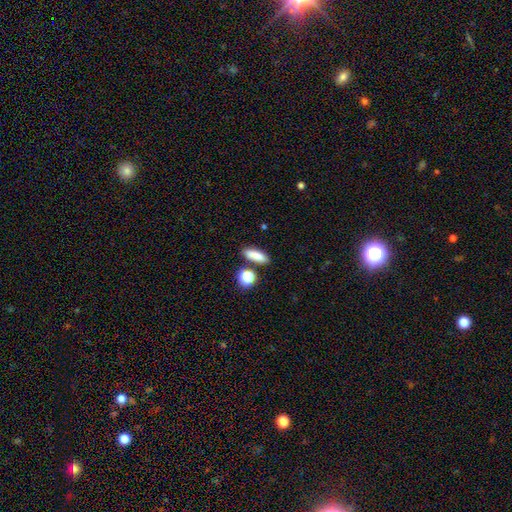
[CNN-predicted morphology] smooth 82%, star or artifact 10%, featured or disk 8%. Down the decision tree: how rounded — in between (50%); merging — none (77%).